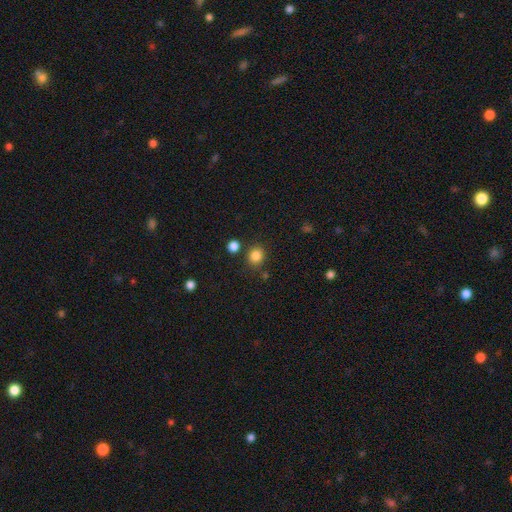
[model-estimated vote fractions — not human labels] Smooth or featured: smooth — 84% (star or artifact — 12%)
How rounded: round — 85% (in between — 14%)
Merging: none — 82% (minor disturbance — 8%)